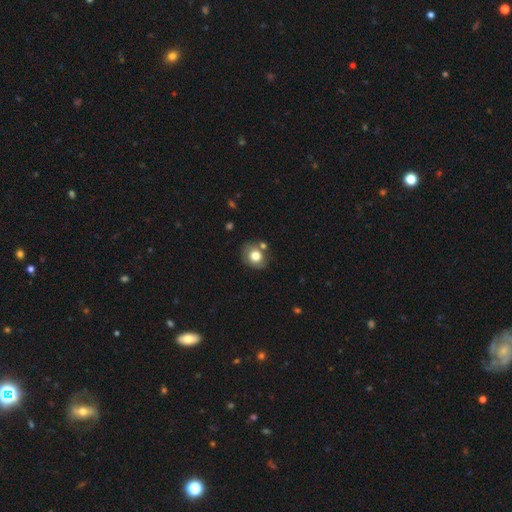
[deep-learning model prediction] smooth-or-featured: smooth: 72% | featured or disk: 19% | star or artifact: 9%
  how-rounded: round: 70% | in between: 29% | cigar-shaped: 1%
  merging: none: 68% | minor disturbance: 18% | merger: 10% | major disturbance: 5%